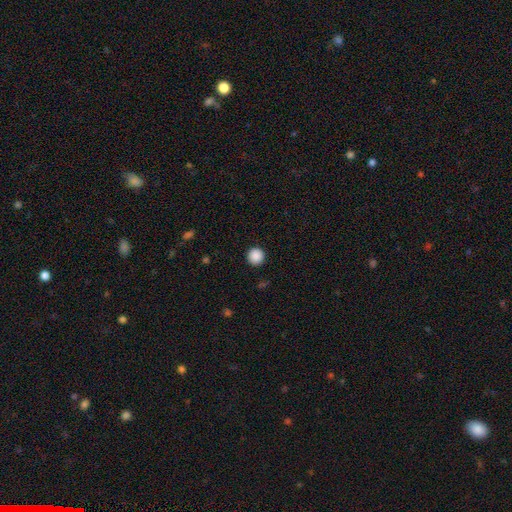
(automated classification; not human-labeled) Morphology: type=smooth (89%); roundness=round (96%); merging=none (92%).